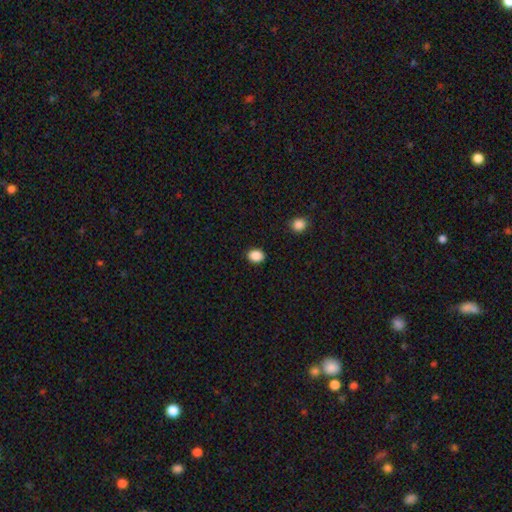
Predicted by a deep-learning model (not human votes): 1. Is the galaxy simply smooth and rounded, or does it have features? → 88% smooth, 9% star or artifact, 3% featured or disk.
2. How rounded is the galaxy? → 52% in between, 47% round, 1% cigar-shaped.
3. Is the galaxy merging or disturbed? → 90% none, 7% minor disturbance, 2% major disturbance, 1% merger.